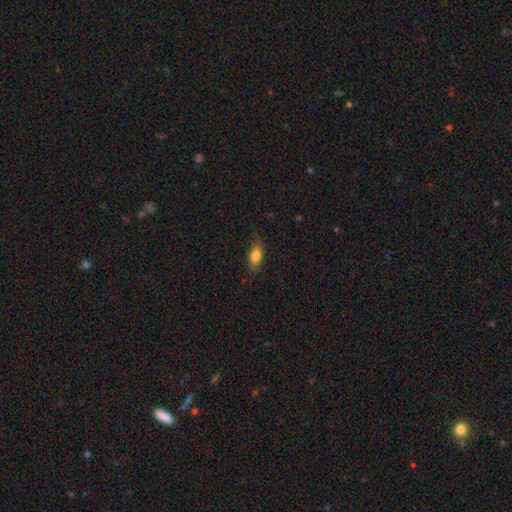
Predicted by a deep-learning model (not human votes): Smooth or featured? smooth (79%)
How rounded? in between (79%)
Merging? none (75%)